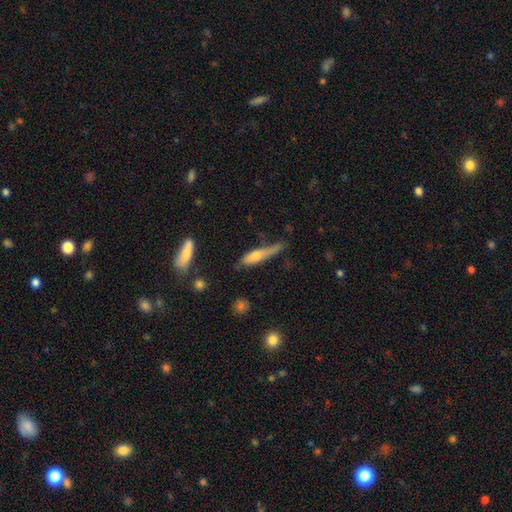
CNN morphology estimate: A smooth galaxy with no disk features (52%) that is cigar-shaped (78%). Merging: none (42%).